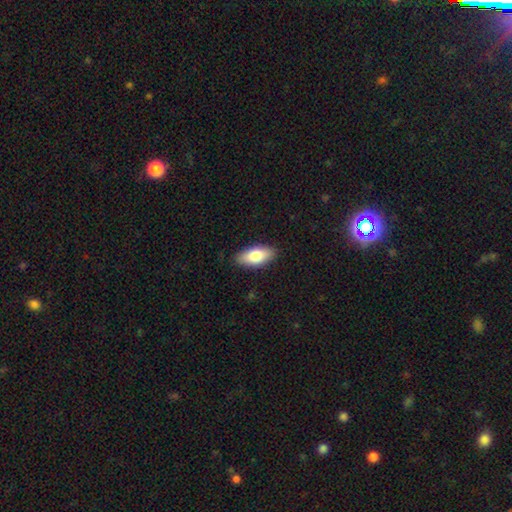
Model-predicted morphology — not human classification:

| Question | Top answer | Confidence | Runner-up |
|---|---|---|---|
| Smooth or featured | smooth | 80% | featured or disk (14%) |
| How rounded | in between | 89% | cigar-shaped (9%) |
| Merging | none | 88% | minor disturbance (9%) |